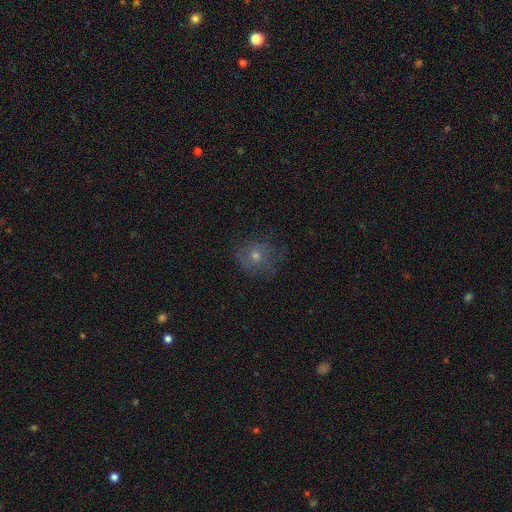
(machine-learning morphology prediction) A smooth galaxy with no disk features (51%) that is round (82%). Merging: none (72%).